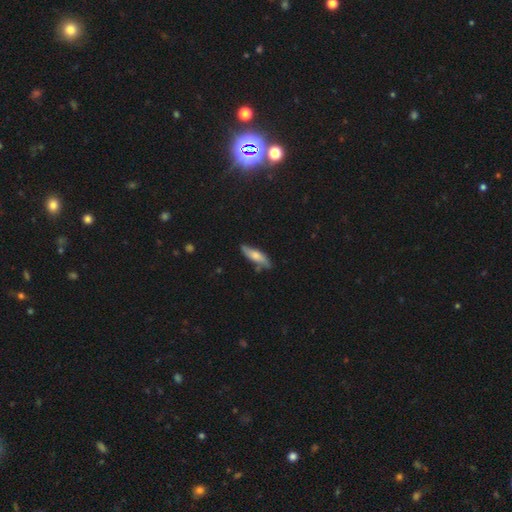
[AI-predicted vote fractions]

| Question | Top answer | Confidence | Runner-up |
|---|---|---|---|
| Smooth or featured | smooth | 63% | featured or disk (31%) |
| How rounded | cigar-shaped | 56% | in between (42%) |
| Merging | none | 72% | minor disturbance (20%) |